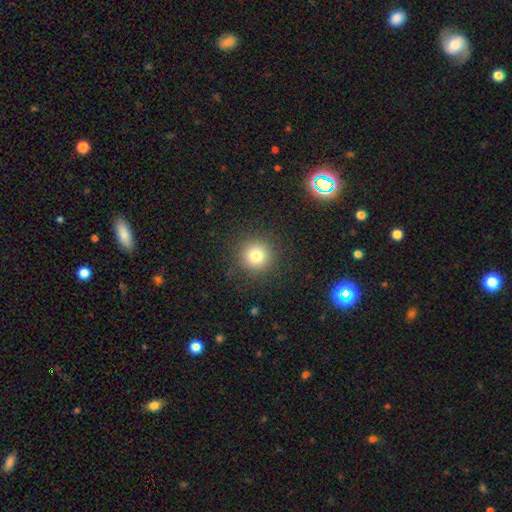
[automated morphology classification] Smooth or featured? Predicted: smooth (p=0.78). How rounded? Predicted: round (p=0.95). Merging? Predicted: none (p=0.89).